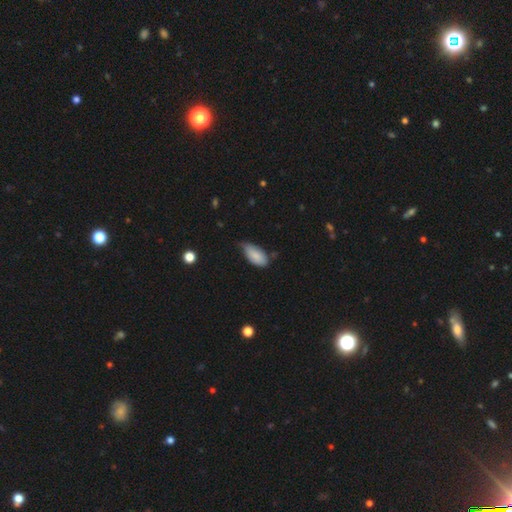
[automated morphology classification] This appears to be a smooth galaxy with no disk features (85%) that is in between round and cigar-shaped (91%). Merging: none (46%).